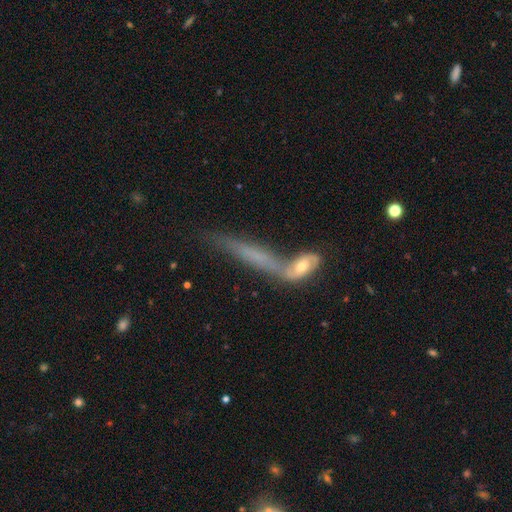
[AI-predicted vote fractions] A smooth galaxy with no disk features (46%). Merging: merger (51%).